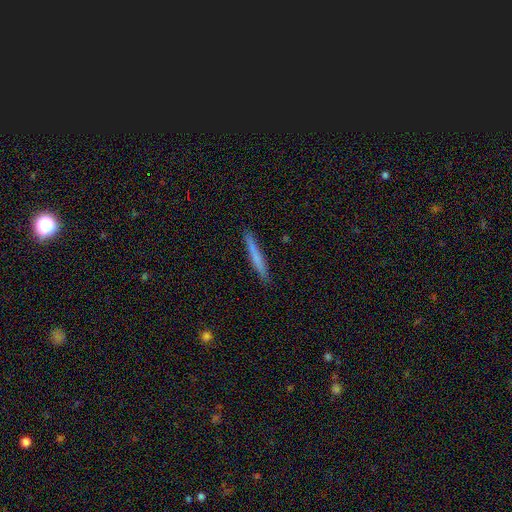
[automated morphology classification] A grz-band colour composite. It shows a smooth galaxy with no disk features (66%) that is cigar-shaped (96%). Merging: none (90%).